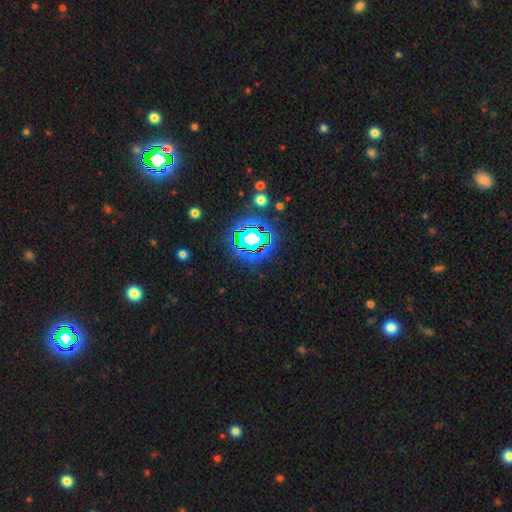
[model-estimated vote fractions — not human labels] Smooth or featured? star or artifact (81%)